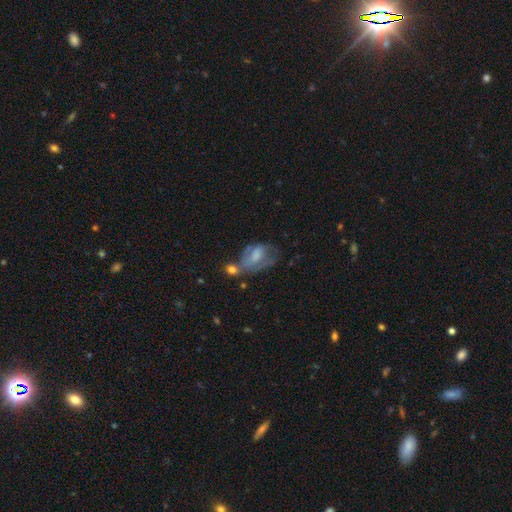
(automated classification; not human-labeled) This appears to be a smooth galaxy with no disk features (47%). Merging: major disturbance (29%).